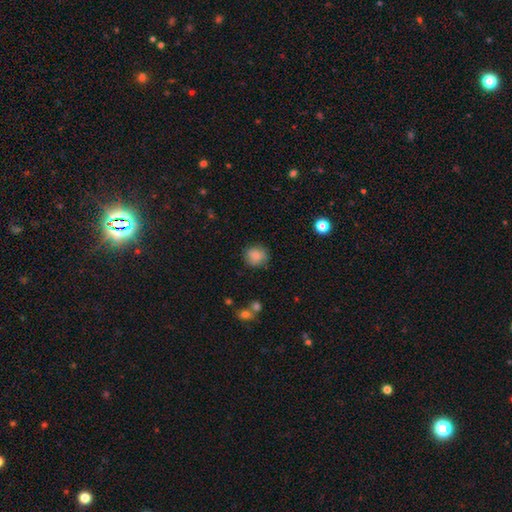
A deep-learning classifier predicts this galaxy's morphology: This appears to be a smooth galaxy with no disk features (85%) that is round (84%). Merging: none (79%).